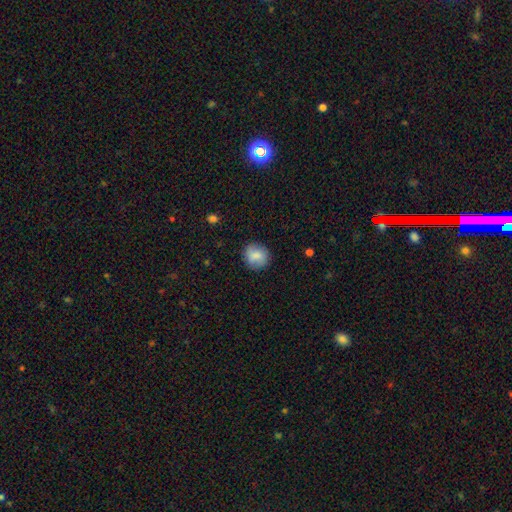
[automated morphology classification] smooth-or-featured: smooth: 81% | featured or disk: 11% | star or artifact: 8%
  how-rounded: round: 87% | in between: 12% | cigar-shaped: 1%
  merging: none: 85% | minor disturbance: 11% | major disturbance: 3% | merger: 1%